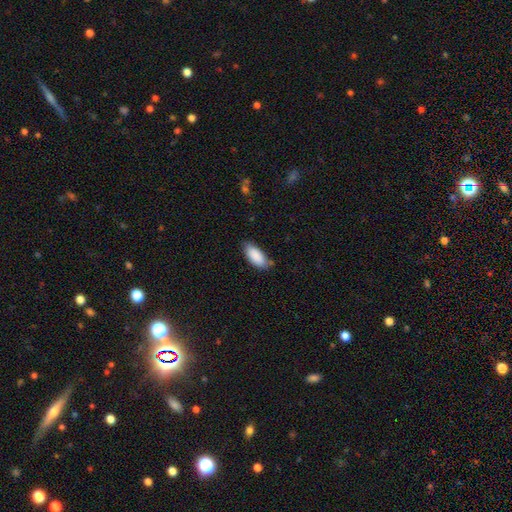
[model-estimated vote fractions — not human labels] A smooth galaxy with no disk features (89%) that is in between round and cigar-shaped (88%).

Vote fractions:
- Smooth or featured? smooth: 89% / star or artifact: 6% / featured or disk: 5%
- How rounded? in between: 88% / cigar-shaped: 10% / round: 2%
- Merging? none: 70% / minor disturbance: 23% / major disturbance: 4% / merger: 3%